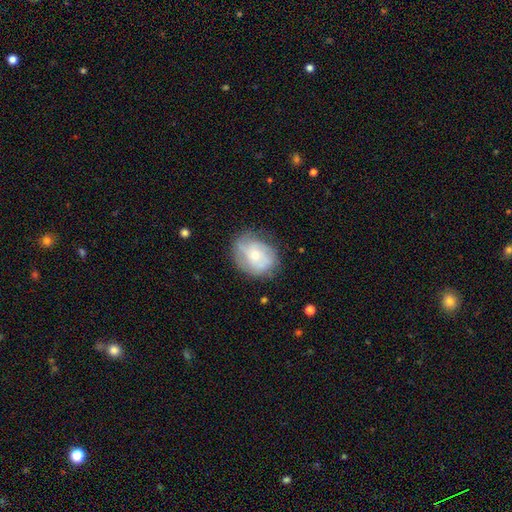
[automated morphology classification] Smooth or featured: featured or disk — 50% (smooth — 43%)
Merging: none — 61% (minor disturbance — 26%)